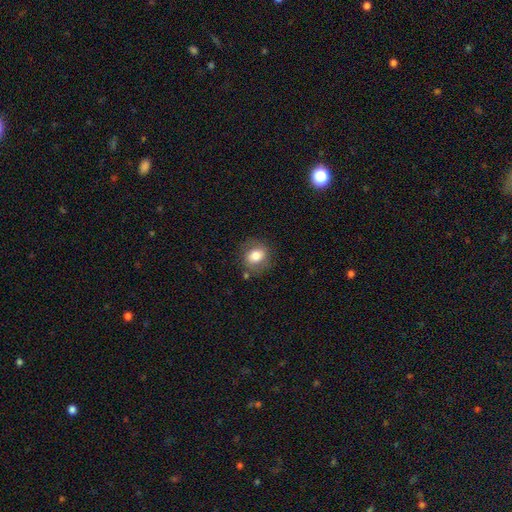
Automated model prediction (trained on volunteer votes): smooth-or-featured: smooth: 77% | featured or disk: 15% | star or artifact: 9%
  how-rounded: round: 51% | in between: 48% | cigar-shaped: 1%
  merging: none: 77% | minor disturbance: 15% | major disturbance: 5% | merger: 3%